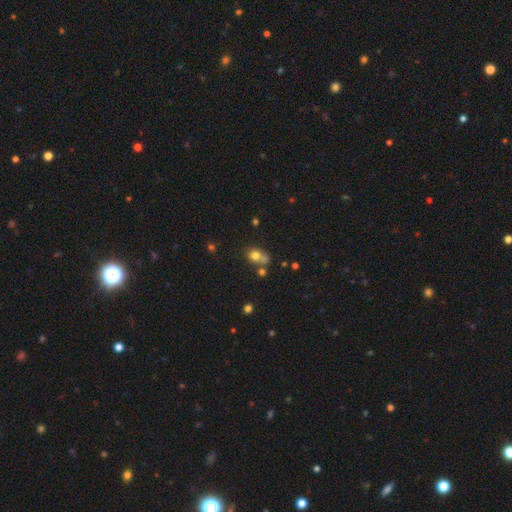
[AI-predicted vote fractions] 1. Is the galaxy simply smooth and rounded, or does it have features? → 75% smooth, 13% star or artifact, 12% featured or disk.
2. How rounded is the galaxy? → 62% round, 36% in between, 1% cigar-shaped.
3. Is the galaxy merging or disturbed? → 40% none, 38% merger, 14% minor disturbance, 7% major disturbance.